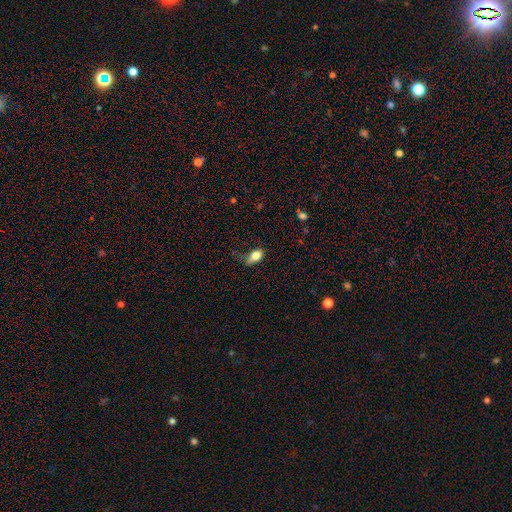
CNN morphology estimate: smooth 78%, featured or disk 13%, star or artifact 8%. Down the decision tree: how rounded — in between (86%); merging — none (44%).